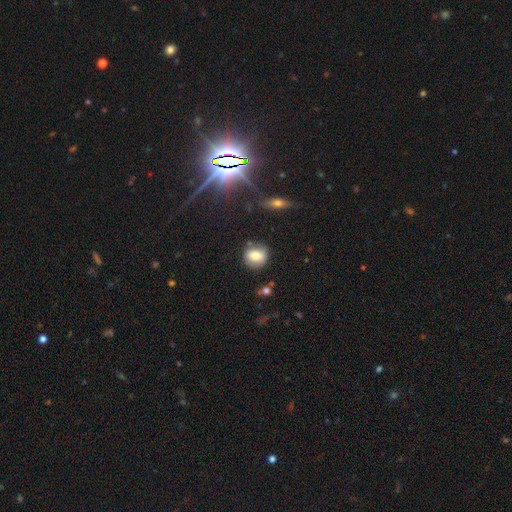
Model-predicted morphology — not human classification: Smooth or featured? Predicted: smooth (p=0.73). How rounded? Predicted: round (p=0.70). Merging? Predicted: none (p=0.76).